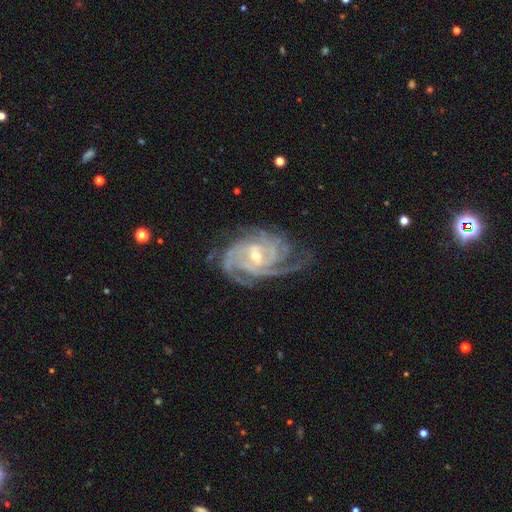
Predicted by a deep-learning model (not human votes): Smooth or featured? Predicted: featured or disk (p=0.92). Edge-on disk? Predicted: no (p=0.97). Bar? Predicted: weak (p=0.45). Spiral arms? Predicted: yes (p=0.98). Spiral winding? Predicted: tight (p=0.66). Spiral arm count? Predicted: 4 (p=0.32). Bulge size? Predicted: small (p=0.59). Merging? Predicted: none (p=0.69).